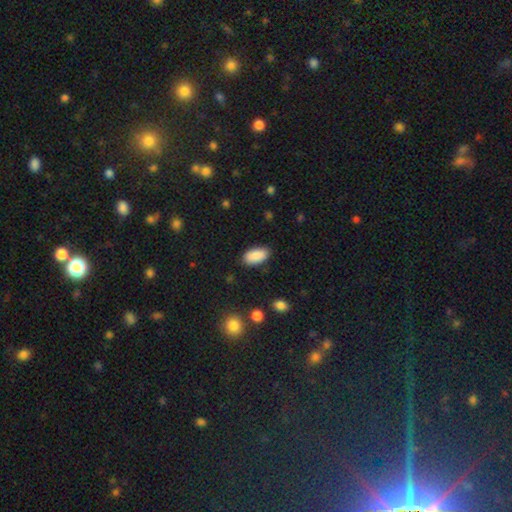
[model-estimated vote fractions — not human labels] Smooth or featured? Predicted: smooth (p=0.89). How rounded? Predicted: in between (p=0.93). Merging? Predicted: none (p=0.86).